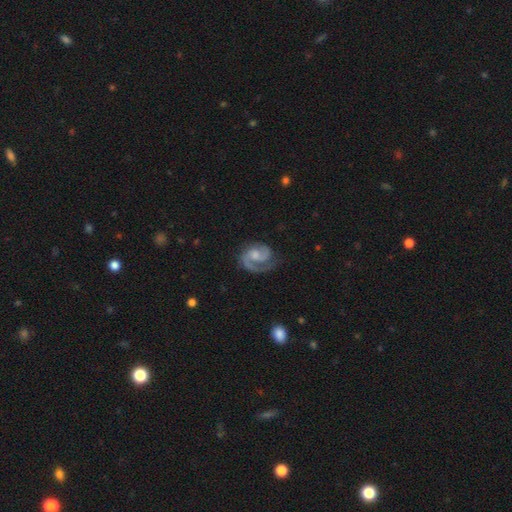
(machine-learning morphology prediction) smooth_or_featured: featured or disk (p=0.88) [alt: smooth p=0.07]
disk_edge_on: no (p=0.98) [alt: yes p=0.02]
bar: no (p=0.58) [alt: weak p=0.36]
has_spiral_arms: yes (p=0.97) [alt: no p=0.03]
spiral_winding: medium (p=0.51) [alt: tight p=0.34]
spiral_arm_count: 2 (p=0.69) [alt: 1 p=0.24]
bulge_size: moderate (p=0.39) [alt: small p=0.34]
merging: none (p=0.67) [alt: minor disturbance p=0.19]